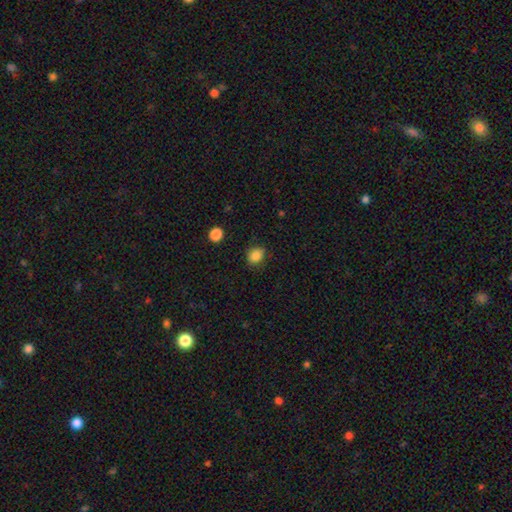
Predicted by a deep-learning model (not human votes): This is clearly a smooth galaxy (85%). How rounded: likely round (62%). Merging: clearly none (81%).